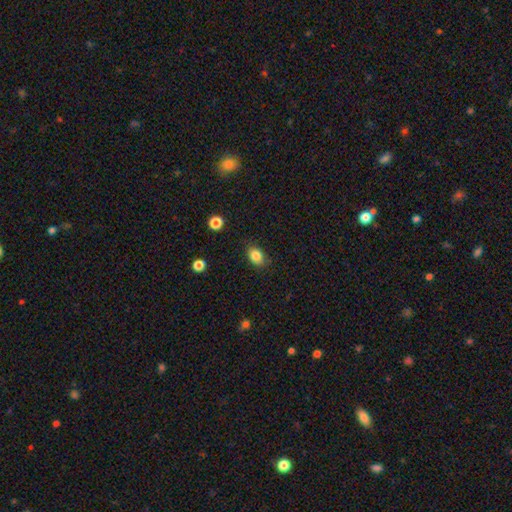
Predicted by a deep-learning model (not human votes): The model was most divided on "how rounded": in between: 71%, round: 28%, cigar-shaped: 1%. More confident: smooth or featured — smooth (85%); merging — none (83%).